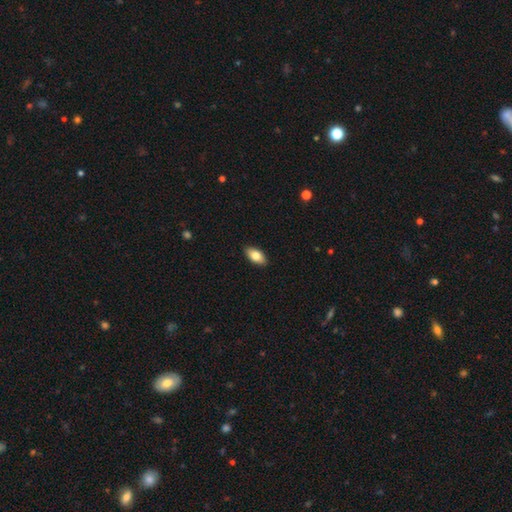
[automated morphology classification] Smooth or featured? smooth (81%)
How rounded? in between (92%)
Merging? none (89%)